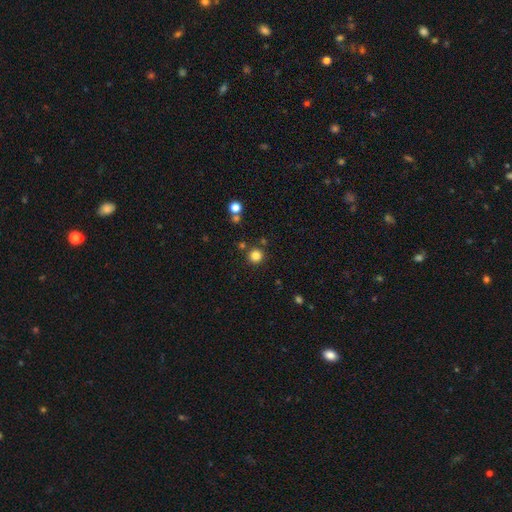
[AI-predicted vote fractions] smooth_or_featured: smooth (p=0.82) [alt: star or artifact p=0.13]
how_rounded: round (p=0.95) [alt: in between p=0.04]
merging: none (p=0.86) [alt: minor disturbance p=0.07]